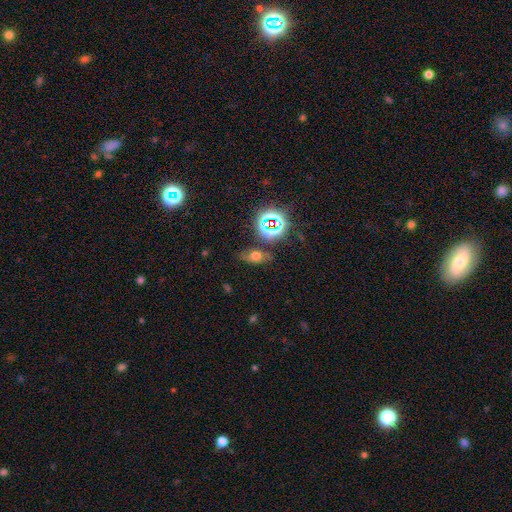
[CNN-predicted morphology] Overall: smooth (48%; star or artifact 32%). Merging: none (66%).